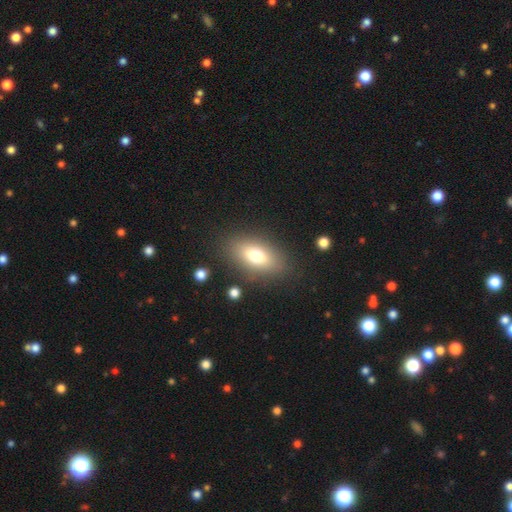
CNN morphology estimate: smooth_or_featured: smooth (p=0.74) [alt: featured or disk p=0.17]
how_rounded: in between (p=0.85) [alt: round p=0.07]
merging: none (p=0.83) [alt: minor disturbance p=0.10]